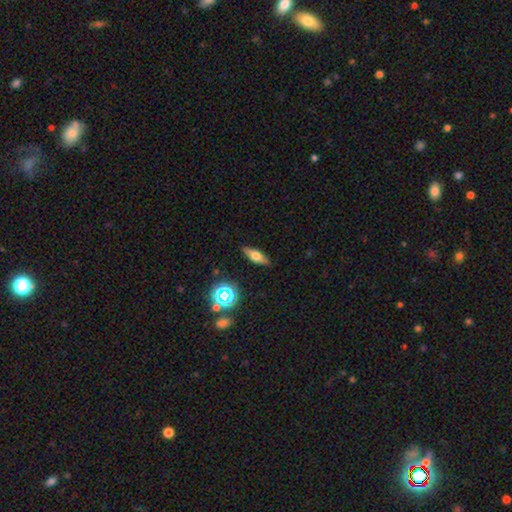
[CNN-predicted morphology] Smooth or featured? Predicted: smooth (p=0.56). How rounded? Predicted: in between (p=0.54). Merging? Predicted: none (p=0.88).